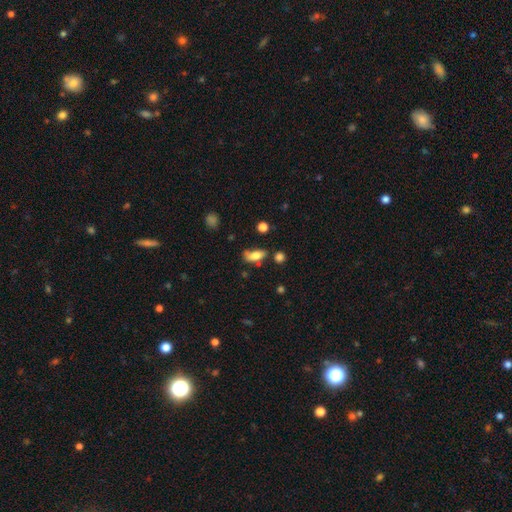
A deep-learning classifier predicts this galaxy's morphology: Smooth or featured? Predicted: smooth (p=0.76). How rounded? Predicted: in between (p=0.78). Merging? Predicted: none (p=0.54).